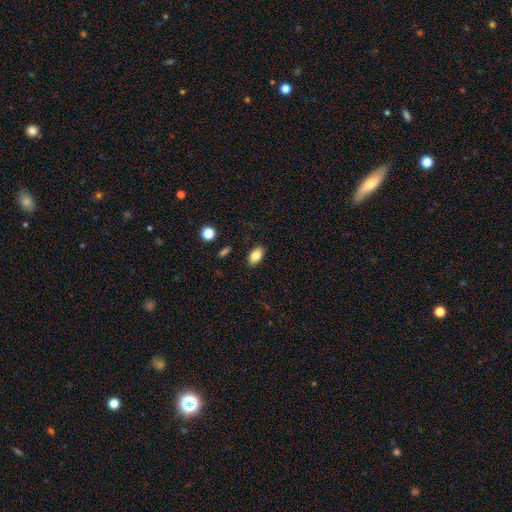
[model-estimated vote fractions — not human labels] Q: Smooth or featured?
A: smooth (81%); runner-up: featured or disk (10%)
Q: How rounded?
A: in between (91%); runner-up: round (7%)
Q: Merging?
A: none (87%); runner-up: minor disturbance (9%)